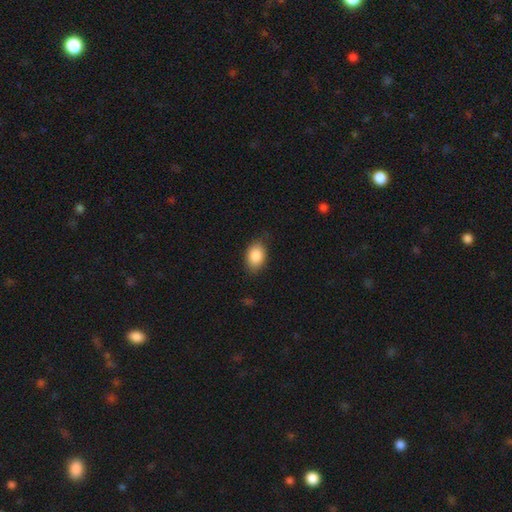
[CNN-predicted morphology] Overall: smooth (86%). How rounded: in between (84%). Merging: none (78%).